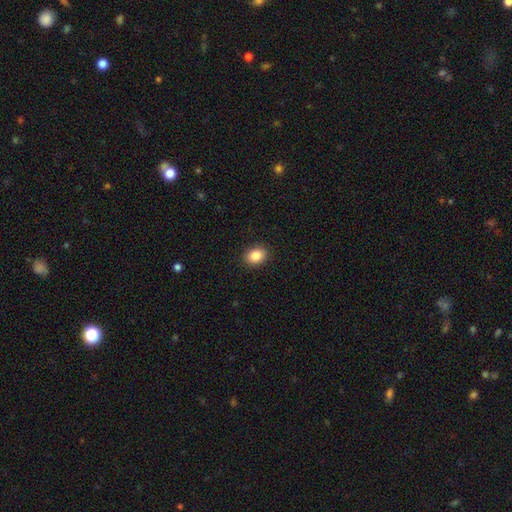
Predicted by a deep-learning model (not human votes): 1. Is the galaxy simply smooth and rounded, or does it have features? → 85% smooth, 9% star or artifact, 6% featured or disk.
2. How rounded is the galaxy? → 55% in between, 44% round, 1% cigar-shaped.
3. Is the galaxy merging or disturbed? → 91% none, 7% minor disturbance, 2% major disturbance, 1% merger.